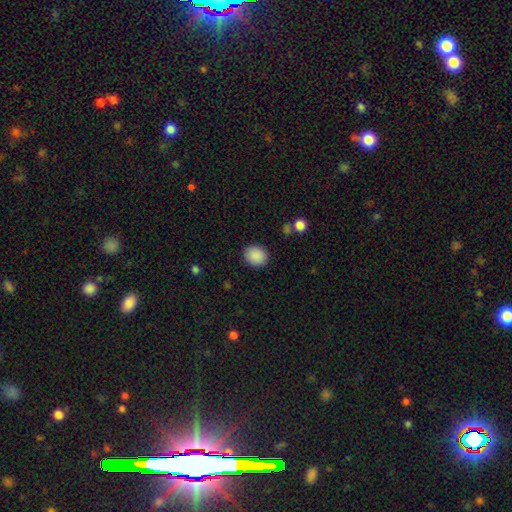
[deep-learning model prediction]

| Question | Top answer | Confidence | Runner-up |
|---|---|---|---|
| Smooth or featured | smooth | 89% | star or artifact (8%) |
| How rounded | round | 67% | in between (32%) |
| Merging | none | 88% | minor disturbance (8%) |